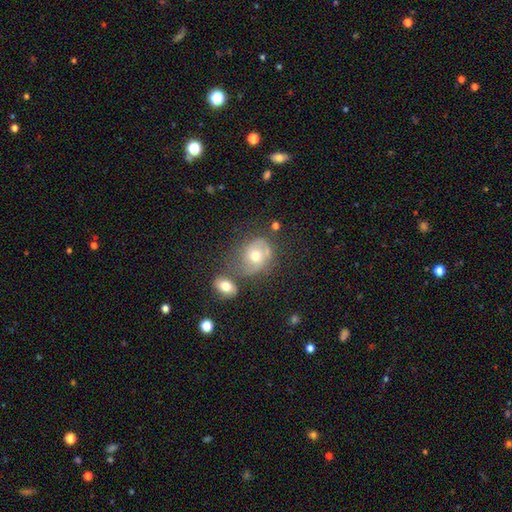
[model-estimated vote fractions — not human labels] This is marginally a featured or disk galaxy (45%). Merging: marginally none (41%).